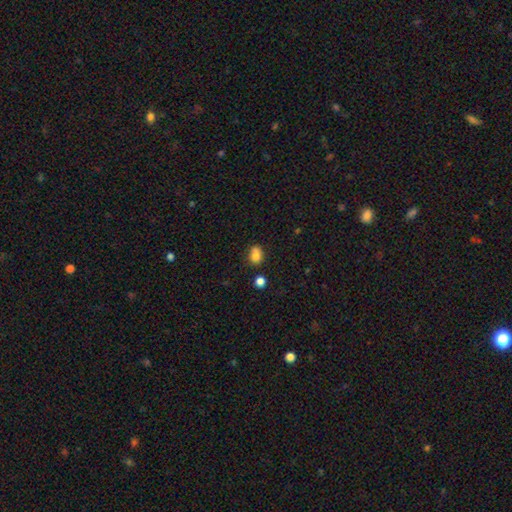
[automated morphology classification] Q: Smooth or featured?
A: smooth (79%); runner-up: star or artifact (12%)
Q: How rounded?
A: in between (54%); runner-up: round (45%)
Q: Merging?
A: none (52%); runner-up: merger (21%)